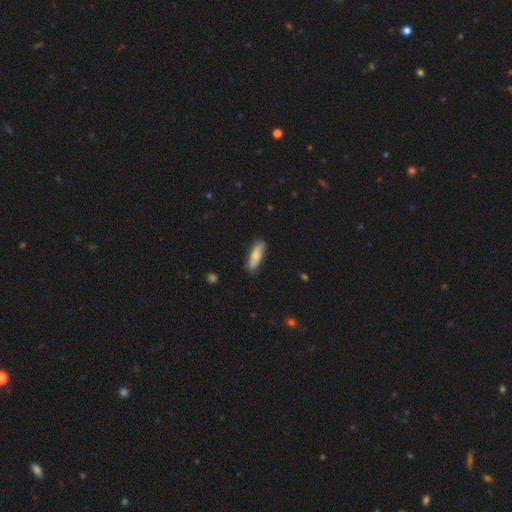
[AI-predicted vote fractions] Smooth or featured? Predicted: smooth (p=0.72). How rounded? Predicted: cigar-shaped (p=0.52). Merging? Predicted: none (p=0.83).